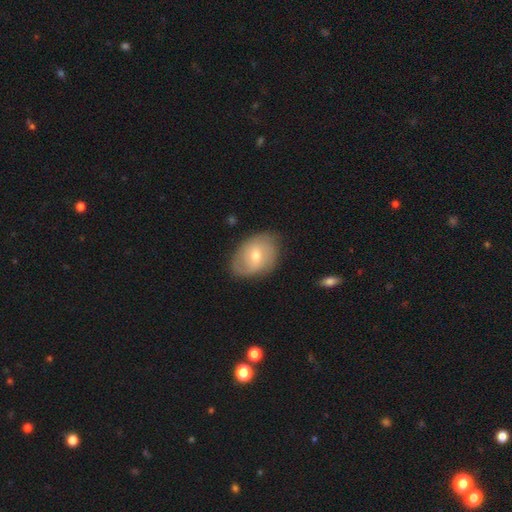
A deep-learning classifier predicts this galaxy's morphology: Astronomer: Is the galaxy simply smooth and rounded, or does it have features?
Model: smooth — 47% (runner-up: featured or disk, 46%).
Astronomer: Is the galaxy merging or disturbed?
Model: none — 73%.